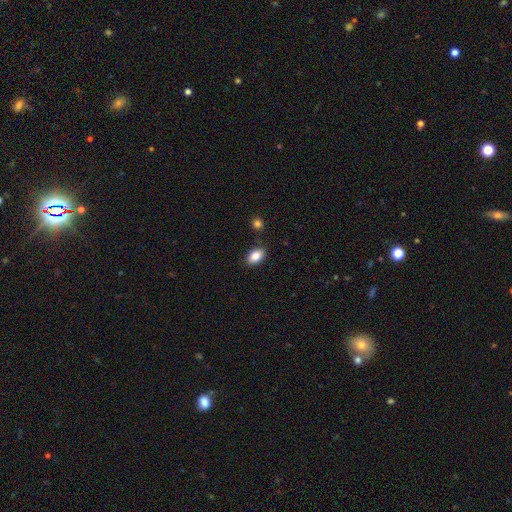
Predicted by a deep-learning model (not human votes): Smooth or featured? Predicted: smooth (p=0.86). How rounded? Predicted: in between (p=0.90). Merging? Predicted: none (p=0.84).